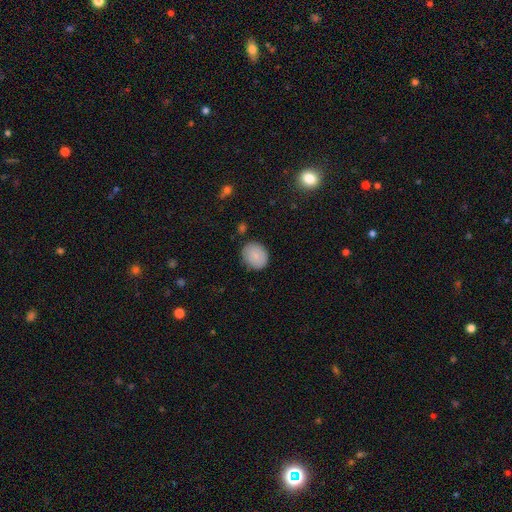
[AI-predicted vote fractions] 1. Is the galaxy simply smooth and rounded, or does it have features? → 83% smooth, 9% featured or disk, 8% star or artifact.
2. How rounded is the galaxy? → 61% round, 38% in between, 1% cigar-shaped.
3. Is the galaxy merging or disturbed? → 82% none, 14% minor disturbance, 3% major disturbance, 2% merger.